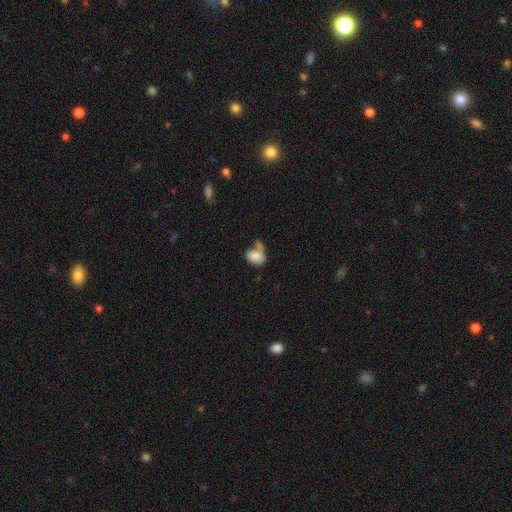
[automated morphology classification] This appears to be a smooth galaxy with no disk features (81%) that is in between round and cigar-shaped (83%). Merging: merger (38%).